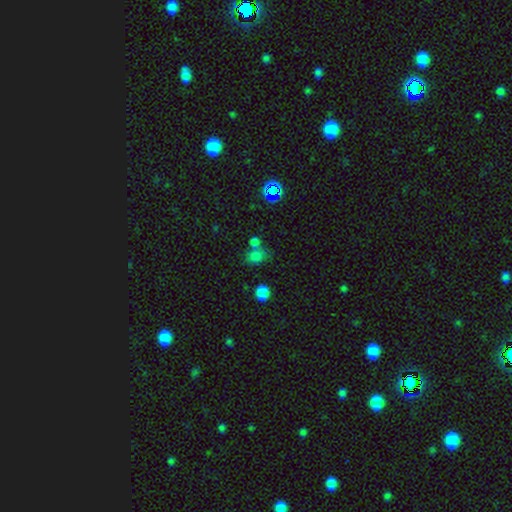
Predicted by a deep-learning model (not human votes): smooth 75%, star or artifact 19%, featured or disk 7%. Down the decision tree: how rounded — round (51%); merging — none (49%).